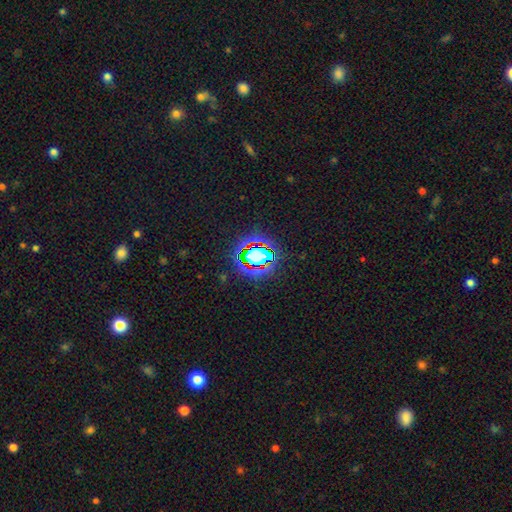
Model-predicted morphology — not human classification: This is likely a star or artifact rather than a galaxy (61%).